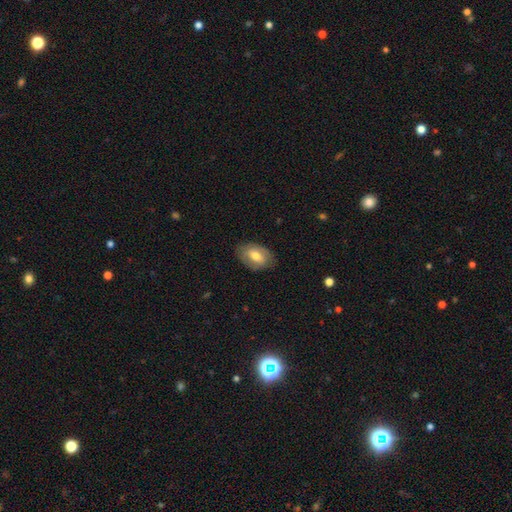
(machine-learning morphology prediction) Q: Smooth or featured?
A: smooth (62%); runner-up: featured or disk (32%)
Q: How rounded?
A: in between (89%); runner-up: round (10%)
Q: Merging?
A: none (79%); runner-up: minor disturbance (16%)